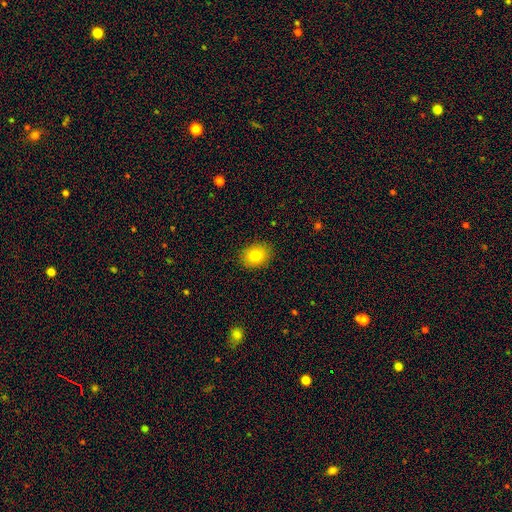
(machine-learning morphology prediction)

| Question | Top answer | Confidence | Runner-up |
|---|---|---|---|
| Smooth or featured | smooth | 81% | star or artifact (10%) |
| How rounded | in between | 51% | round (48%) |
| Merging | none | 89% | minor disturbance (8%) |